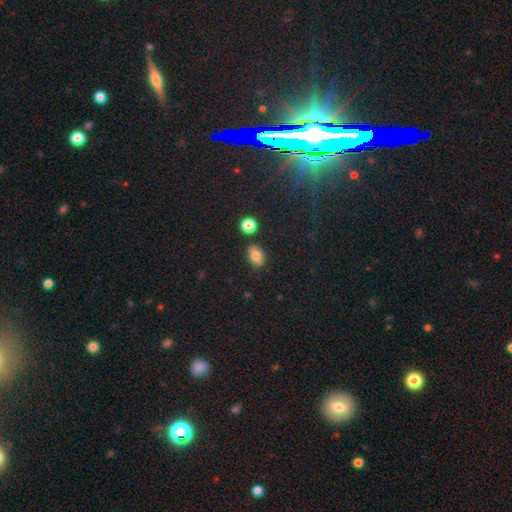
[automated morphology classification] Smooth or featured? Predicted: smooth (p=0.82). How rounded? Predicted: in between (p=0.82). Merging? Predicted: none (p=0.81).